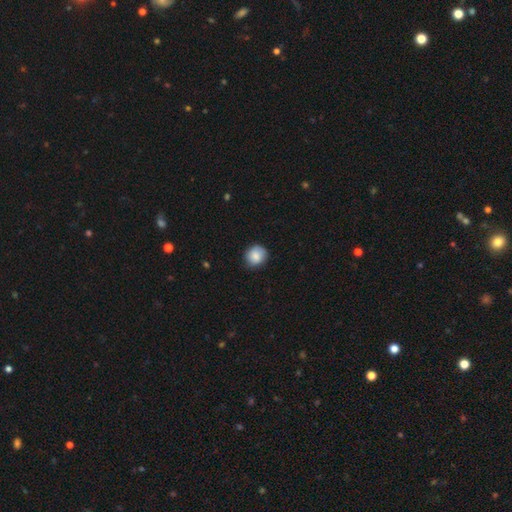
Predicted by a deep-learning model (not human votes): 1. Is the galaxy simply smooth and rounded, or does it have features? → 86% smooth, 8% star or artifact, 7% featured or disk.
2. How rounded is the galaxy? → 83% round, 16% in between, 1% cigar-shaped.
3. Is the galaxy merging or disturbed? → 82% none, 15% minor disturbance, 3% major disturbance, 1% merger.